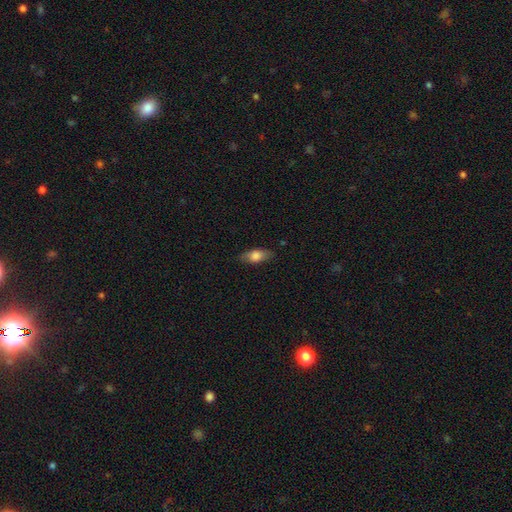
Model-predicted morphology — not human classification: This appears to be a smooth galaxy with no disk features (72%) that is in between round and cigar-shaped (79%). Merging: none (81%).